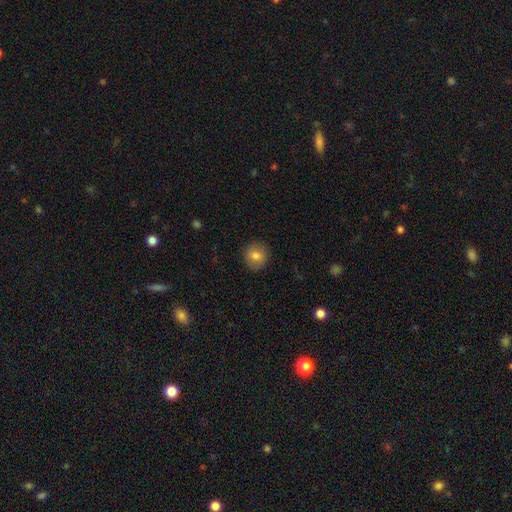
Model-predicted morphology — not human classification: smooth_or_featured: smooth (p=0.80) [alt: featured or disk p=0.11]
how_rounded: round (p=0.87) [alt: in between p=0.12]
merging: none (p=0.89) [alt: minor disturbance p=0.08]